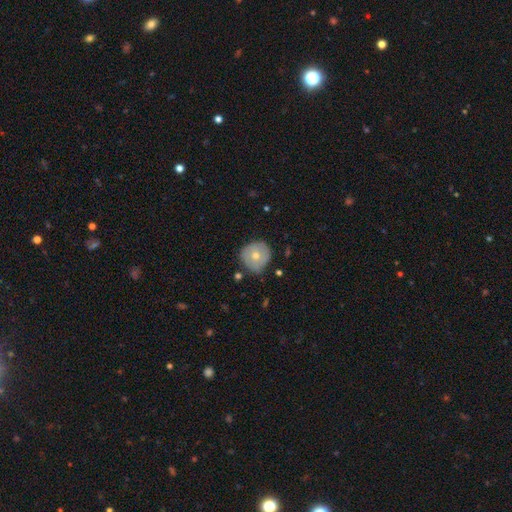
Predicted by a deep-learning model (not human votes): The model was most divided on "smooth or featured": smooth: 64%, featured or disk: 28%, star or artifact: 8%. More confident: how rounded — round (92%); merging — none (71%).